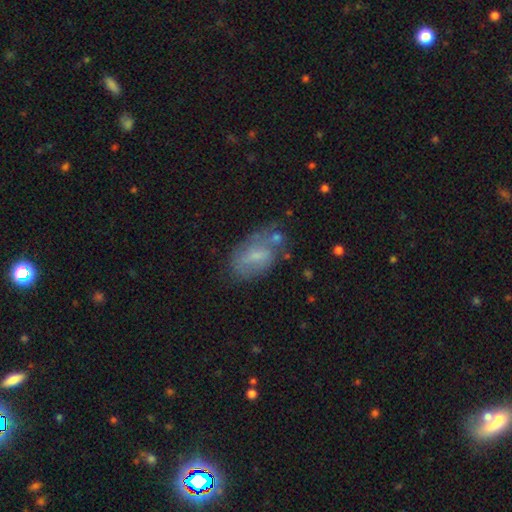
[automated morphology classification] Smooth or featured? Predicted: smooth (p=0.51). How rounded? Predicted: in between (p=0.89). Merging? Predicted: none (p=0.46).